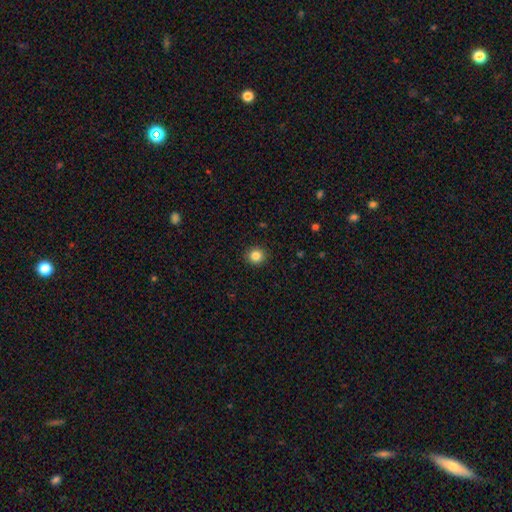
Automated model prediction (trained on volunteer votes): Smooth or featured? Predicted: smooth (p=0.85). How rounded? Predicted: round (p=0.93). Merging? Predicted: none (p=0.92).